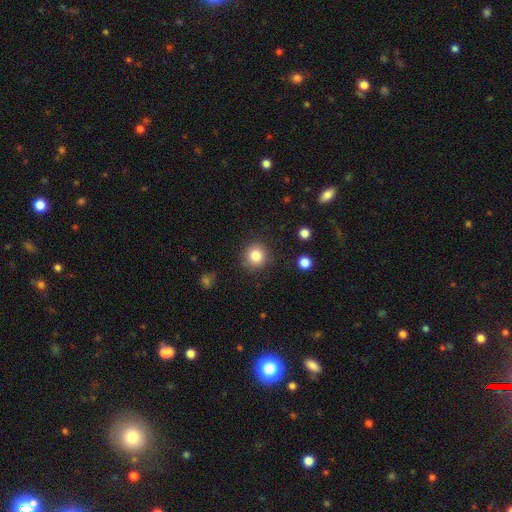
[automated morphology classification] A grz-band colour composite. It shows a smooth galaxy with no disk features (83%) that is round (92%). Merging: none (88%).